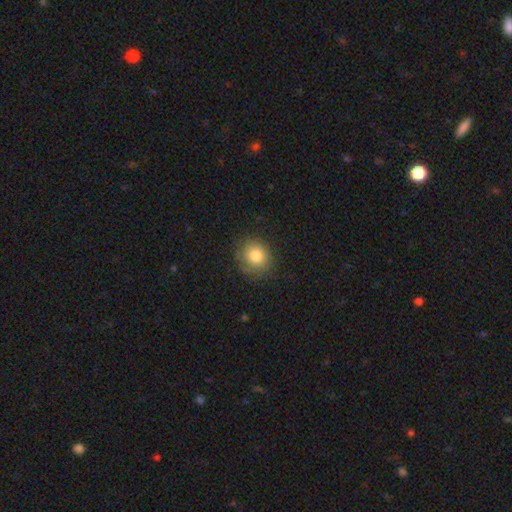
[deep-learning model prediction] A smooth galaxy with no disk features (81%) that is round (79%).

Vote fractions:
- Smooth or featured? smooth: 81% / featured or disk: 10% / star or artifact: 10%
- How rounded? round: 79% / in between: 20% / cigar-shaped: 1%
- Merging? none: 77% / minor disturbance: 16% / major disturbance: 6% / merger: 1%